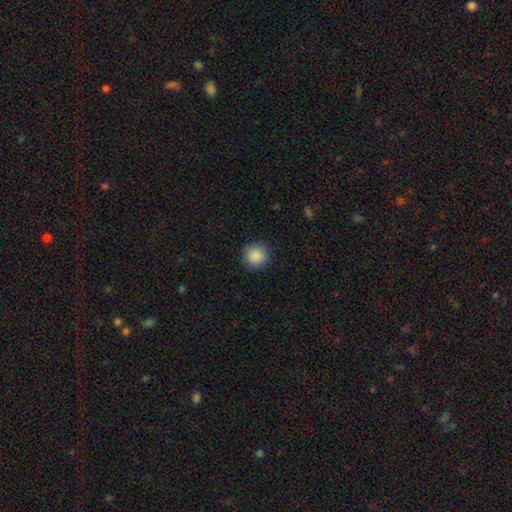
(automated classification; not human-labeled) A smooth galaxy with no disk features (88%) that is round (94%). Merging: none (90%).